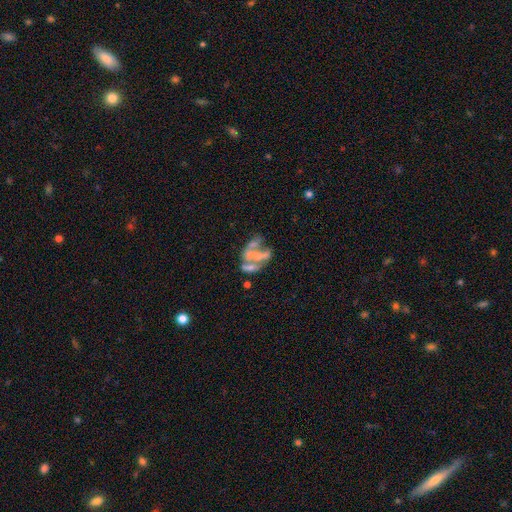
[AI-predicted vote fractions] This is possibly a featured or disk galaxy (60%). It is clearly not viewed edge-on (97%). Bar: clearly no (83%). Spiral arm pattern: clearly no (88%). Central bulge: likely none (70%). Merging: marginally merger (40%).